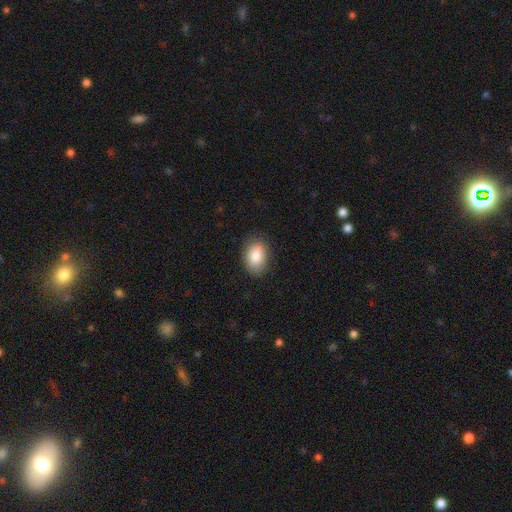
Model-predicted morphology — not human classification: A smooth galaxy with no disk features (86%) that is in between round and cigar-shaped (86%). Merging: none (82%).